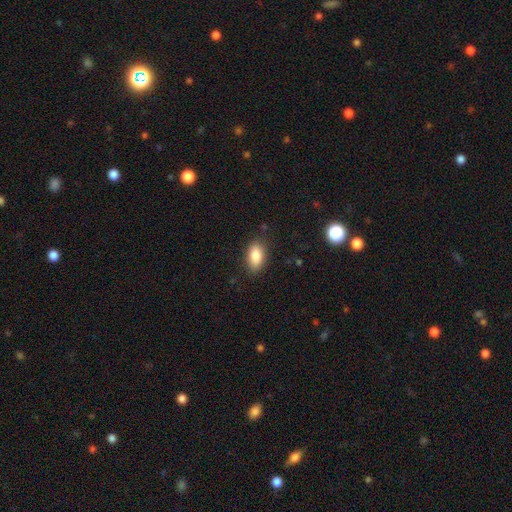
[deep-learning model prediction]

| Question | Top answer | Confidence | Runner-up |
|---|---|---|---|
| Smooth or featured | smooth | 84% | featured or disk (8%) |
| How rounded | in between | 90% | cigar-shaped (5%) |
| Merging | none | 84% | minor disturbance (12%) |